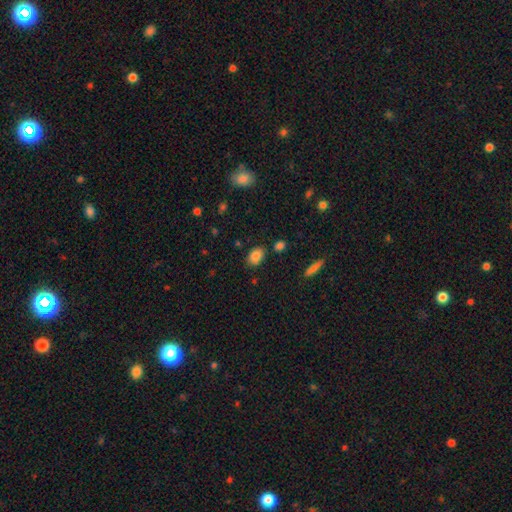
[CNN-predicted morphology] This appears to be a smooth galaxy with no disk features (84%) that is in between round and cigar-shaped (84%). Merging: none (80%).